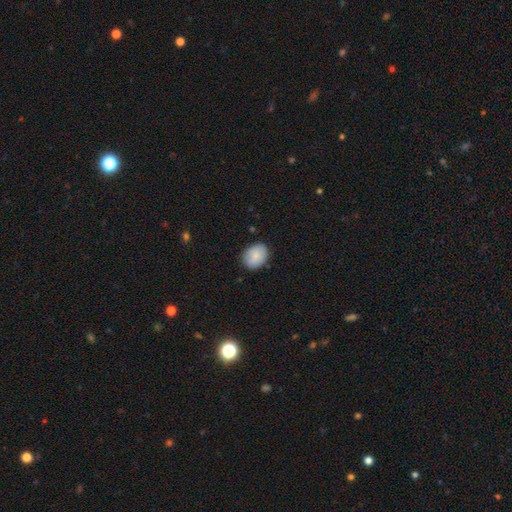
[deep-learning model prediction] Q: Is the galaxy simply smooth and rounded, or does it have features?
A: smooth — 87%.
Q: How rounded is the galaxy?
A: in between — 65%.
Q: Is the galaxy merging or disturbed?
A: none — 85%.